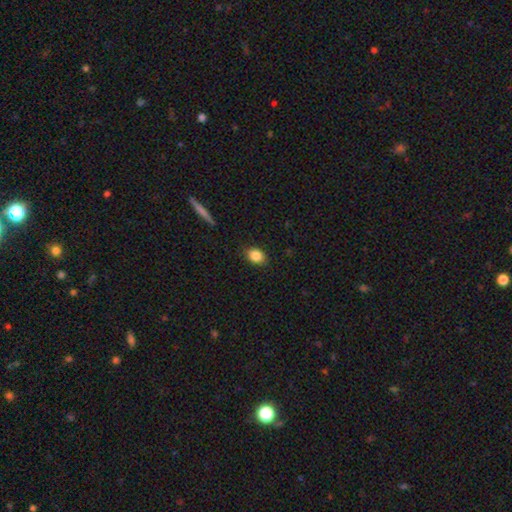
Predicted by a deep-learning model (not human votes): This appears to be a smooth galaxy with no disk features (86%) that is in between round and cigar-shaped (66%). Merging: none (86%).